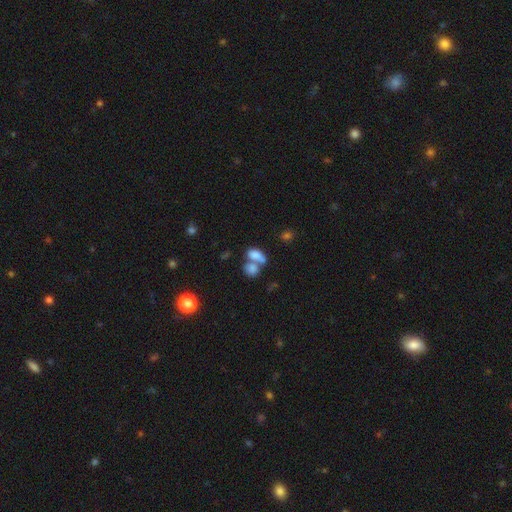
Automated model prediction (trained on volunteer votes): Overall: smooth (76%). How rounded: in between (81%). Merging: merger (58%; none 27%).